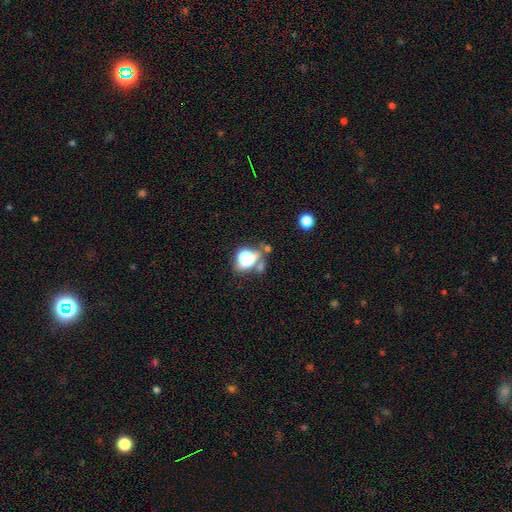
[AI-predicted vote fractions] smooth-or-featured: smooth: 56% | star or artifact: 30% | featured or disk: 14%
  how-rounded: round: 57% | in between: 41% | cigar-shaped: 3%
  merging: none: 50% | merger: 25% | minor disturbance: 14% | major disturbance: 10%